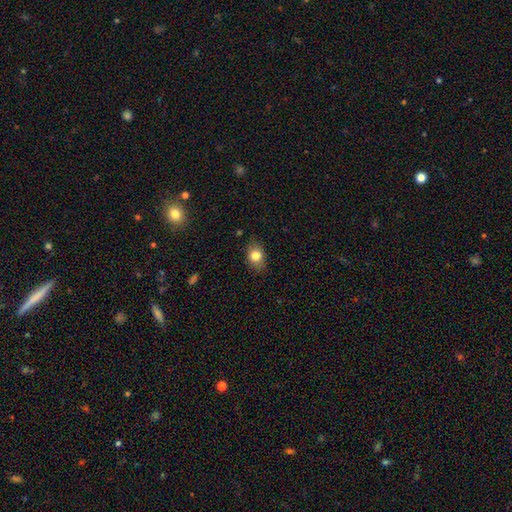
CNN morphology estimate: Smooth or featured?
  - smooth: 80% *
  - star or artifact: 10%
  - featured or disk: 10%
How rounded?
  - in between: 64% *
  - round: 35%
  - cigar-shaped: 1%
Merging?
  - none: 83% *
  - minor disturbance: 13%
  - major disturbance: 3%
  - merger: 1%